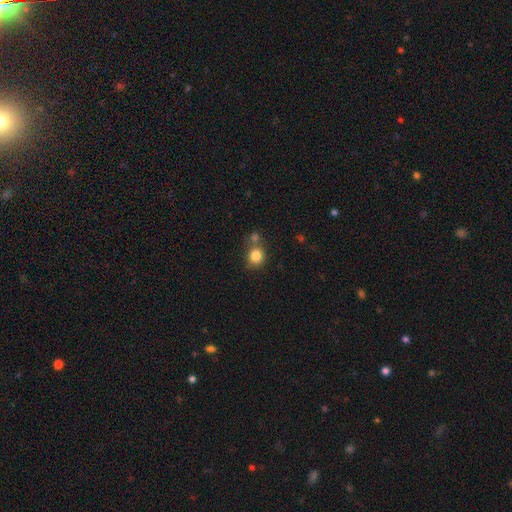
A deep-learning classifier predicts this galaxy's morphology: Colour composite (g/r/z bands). It shows a smooth galaxy with no disk features (83%) that is round (82%). Merging: none (60%).